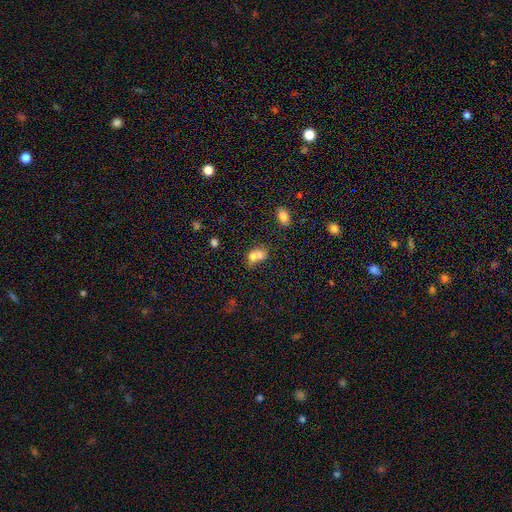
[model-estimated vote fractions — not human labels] The model was most divided on "how rounded": round: 56%, in between: 43%, cigar-shaped: 1%. More confident: smooth or featured — smooth (70%); merging — merger (69%).